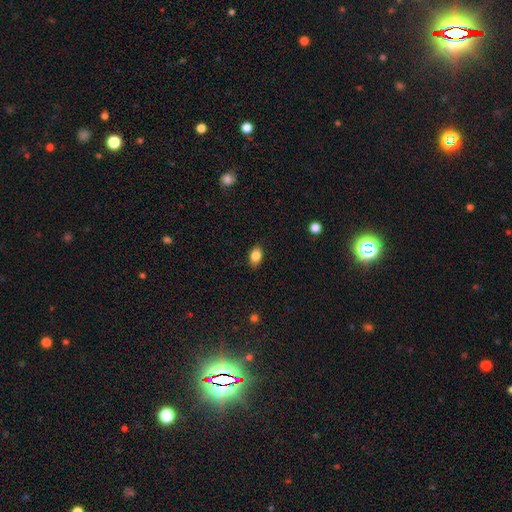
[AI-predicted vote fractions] This is clearly a smooth galaxy (85%). How rounded: clearly in between (83%). Merging: clearly none (87%).